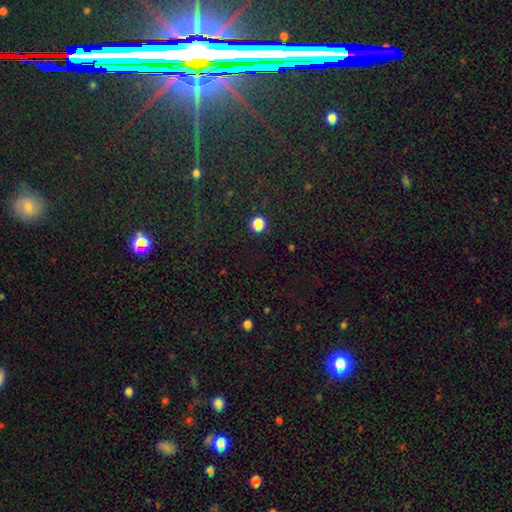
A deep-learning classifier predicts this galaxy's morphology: Overall: smooth (57%; star or artifact 39%). How rounded: round (89%). Merging: none (88%).